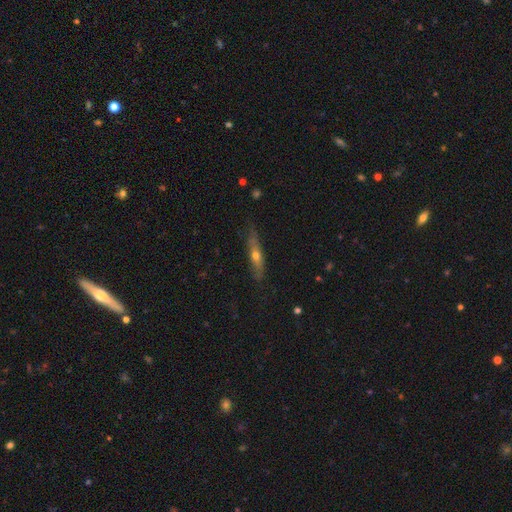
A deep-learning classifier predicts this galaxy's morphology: A featured or disk galaxy (49%). Merging: none (74%).